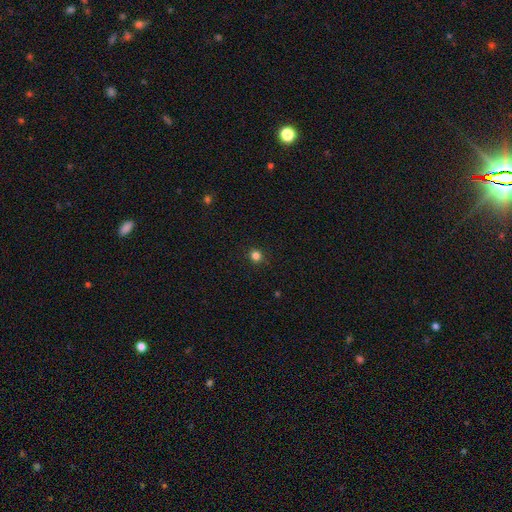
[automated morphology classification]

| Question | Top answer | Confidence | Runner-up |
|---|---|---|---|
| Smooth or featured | smooth | 82% | star or artifact (14%) |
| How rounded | round | 91% | in between (8%) |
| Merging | none | 92% | minor disturbance (5%) |